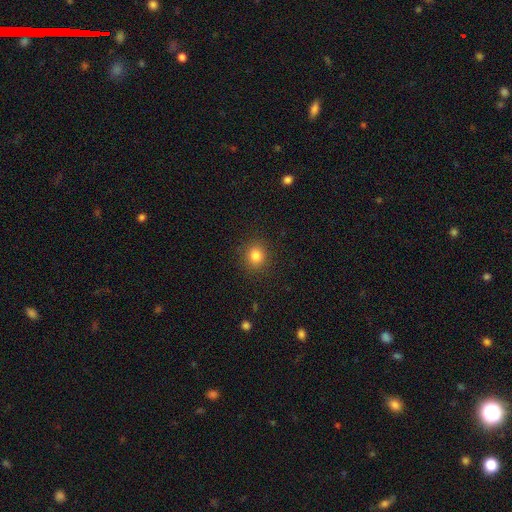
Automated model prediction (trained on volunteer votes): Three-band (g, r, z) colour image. It shows a smooth galaxy with no disk features (82%) that is round (86%). Merging: none (90%).